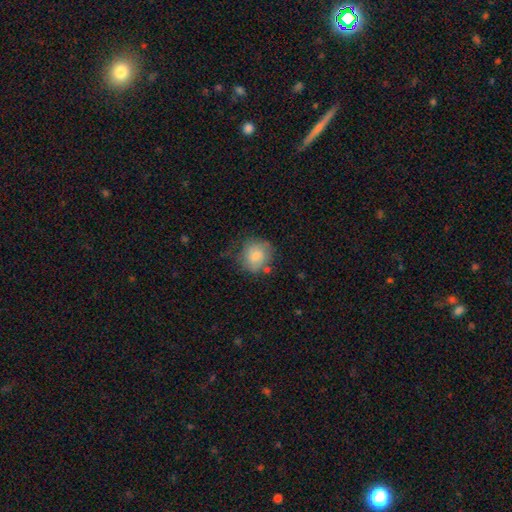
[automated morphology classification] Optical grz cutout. It shows a smooth galaxy with no disk features (73%) that is round (77%). Merging: none (58%).